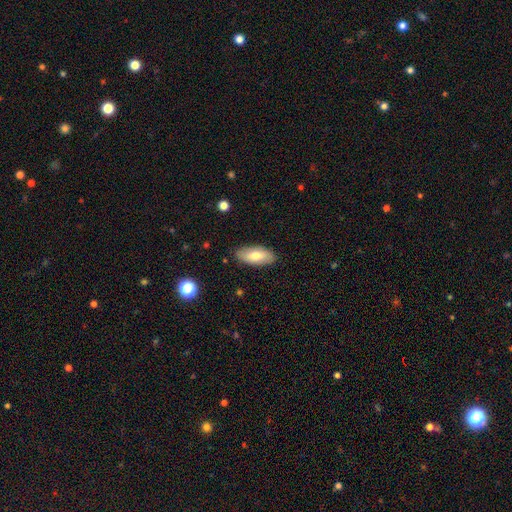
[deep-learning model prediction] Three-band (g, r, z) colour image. It shows a smooth galaxy with no disk features (73%) that is in between round and cigar-shaped (87%). Merging: none (86%).